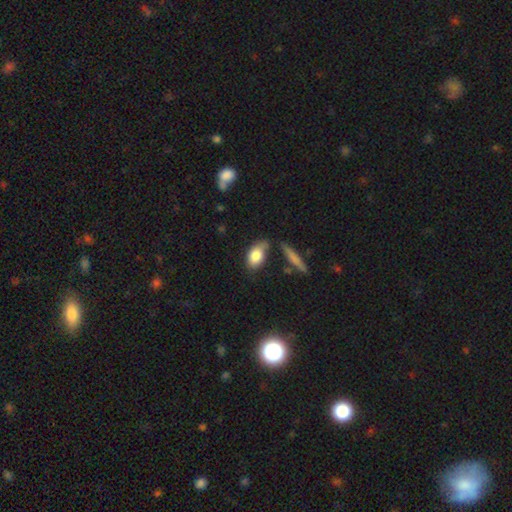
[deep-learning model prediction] A smooth galaxy with no disk features (81%) that is in between round and cigar-shaped (87%).

Vote fractions:
- Smooth or featured? smooth: 81% / featured or disk: 12% / star or artifact: 7%
- How rounded? in between: 87% / round: 9% / cigar-shaped: 4%
- Merging? none: 51% / minor disturbance: 26% / merger: 13% / major disturbance: 10%